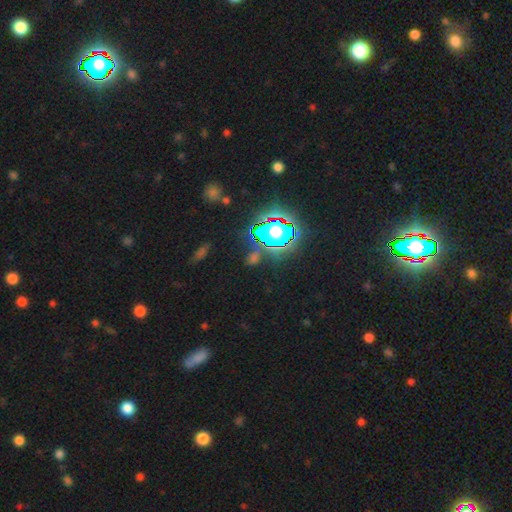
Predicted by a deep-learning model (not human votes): Smooth or featured: star or artifact — 68% (smooth — 20%)